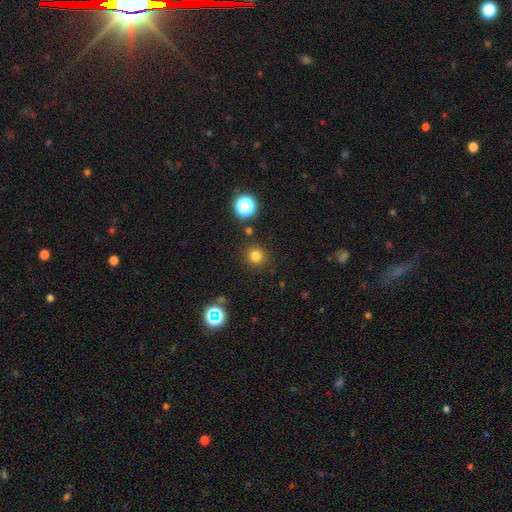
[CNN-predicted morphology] This appears to be a smooth galaxy with no disk features (78%) that is round (93%). Merging: none (88%).